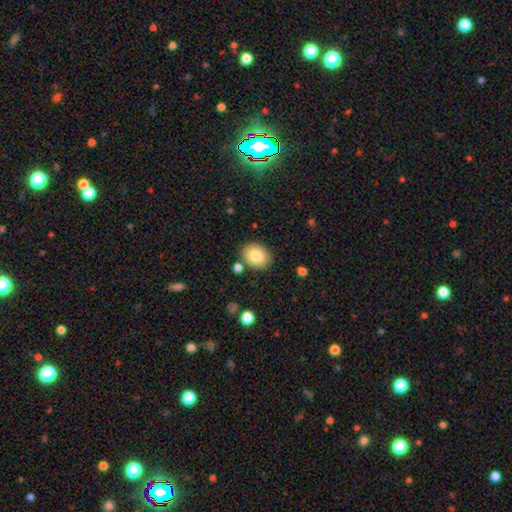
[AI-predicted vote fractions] A smooth galaxy with no disk features (83%) that is in between round and cigar-shaped (57%).

Vote fractions:
- Smooth or featured? smooth: 83% / featured or disk: 9% / star or artifact: 8%
- How rounded? in between: 57% / round: 43% / cigar-shaped: 1%
- Merging? none: 84% / minor disturbance: 10% / merger: 4% / major disturbance: 2%